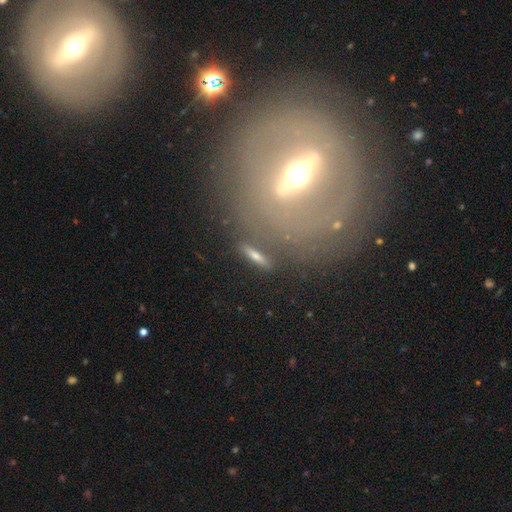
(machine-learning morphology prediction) featured or disk 66%, smooth 20%, star or artifact 14%. Down the decision tree: edge-on disk — yes (56%); merging — none (74%).